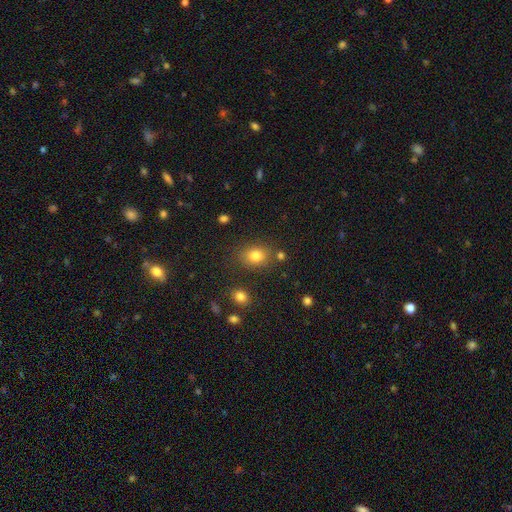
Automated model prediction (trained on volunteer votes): Smooth or featured: smooth — 80% (star or artifact — 13%)
How rounded: in between — 52% (round — 46%)
Merging: none — 77% (minor disturbance — 13%)